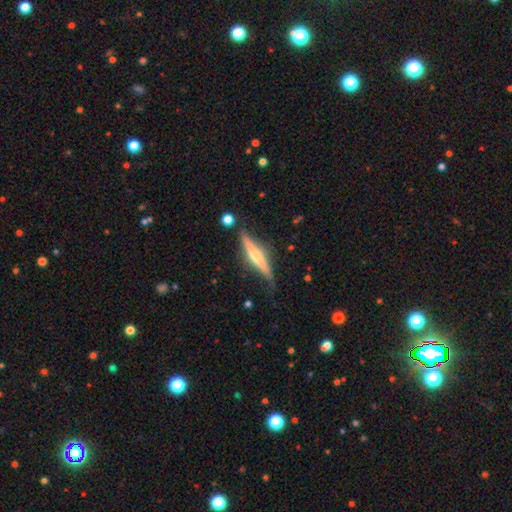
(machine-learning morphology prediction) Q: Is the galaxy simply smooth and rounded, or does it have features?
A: featured or disk — 65%.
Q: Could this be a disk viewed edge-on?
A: yes — 95%.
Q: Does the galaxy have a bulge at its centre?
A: rounded — 73%.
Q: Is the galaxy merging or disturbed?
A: none — 75%.